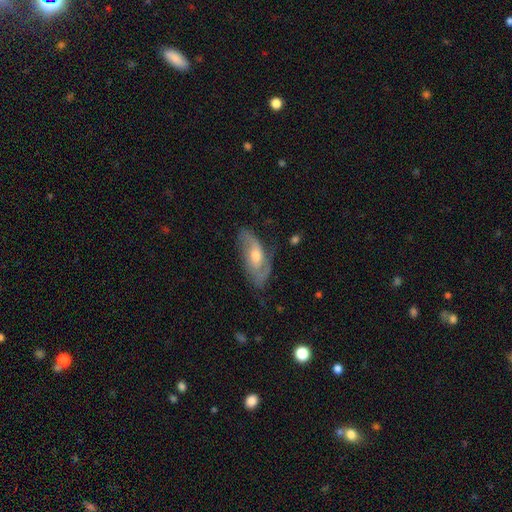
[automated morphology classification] Smooth or featured?
  - featured or disk: 73% *
  - smooth: 21%
  - star or artifact: 6%
Edge-on disk?
  - no: 87% *
  - yes: 13%
Bar?
  - no: 55% *
  - weak: 36%
  - strong: 9%
Spiral arms?
  - yes: 89% *
  - no: 11%
Spiral winding?
  - medium: 46% *
  - loose: 27%
  - tight: 27%
Spiral arm count?
  - 2: 73% *
  - can't tell: 15%
  - 1: 6%
  - 3: 3%
  - 4: 1%
  - more than 4: 1%
Bulge size?
  - moderate: 66% *
  - small: 21%
  - large: 10%
  - none: 2%
  - dominant: 1%
Merging?
  - none: 65% *
  - minor disturbance: 23%
  - major disturbance: 10%
  - merger: 2%